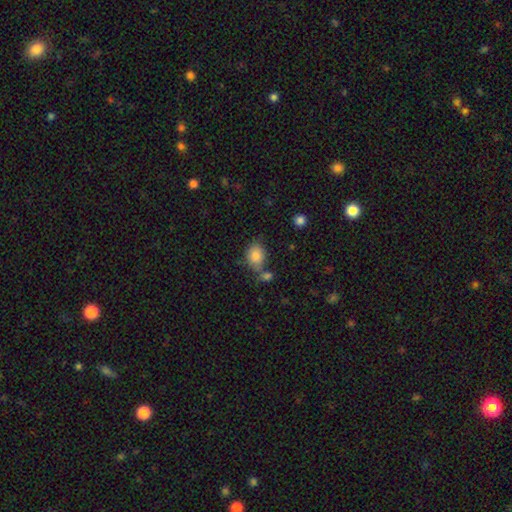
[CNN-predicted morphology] Overall: smooth (83%). How rounded: in between (53%; round 46%). Merging: none (62%).